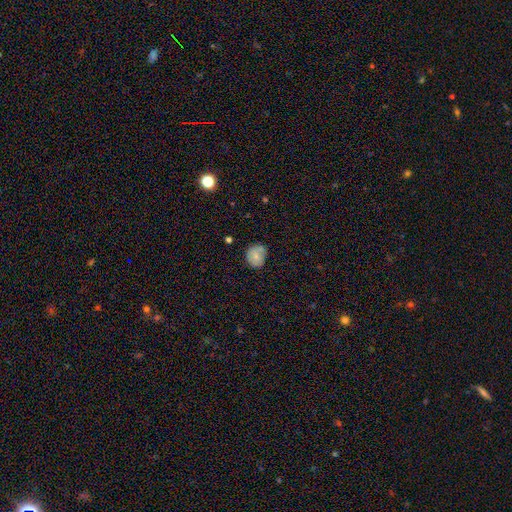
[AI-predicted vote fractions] smooth_or_featured: smooth (p=0.70) [alt: featured or disk p=0.21]
how_rounded: round (p=0.70) [alt: in between p=0.29]
merging: none (p=0.59) [alt: minor disturbance p=0.30]